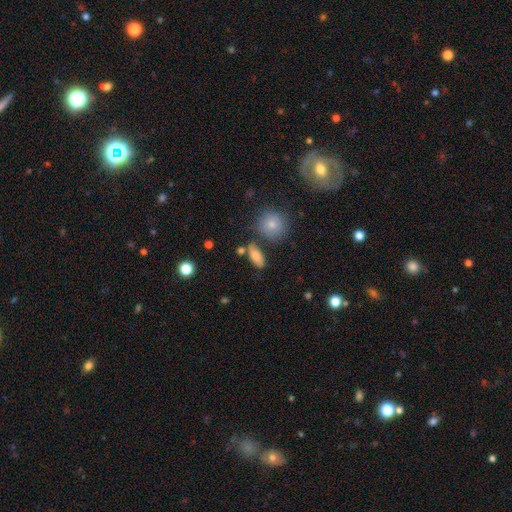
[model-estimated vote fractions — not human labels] smooth_or_featured: smooth (p=0.80) [alt: featured or disk p=0.11]
how_rounded: in between (p=0.77) [alt: cigar-shaped p=0.15]
merging: none (p=0.68) [alt: minor disturbance p=0.16]